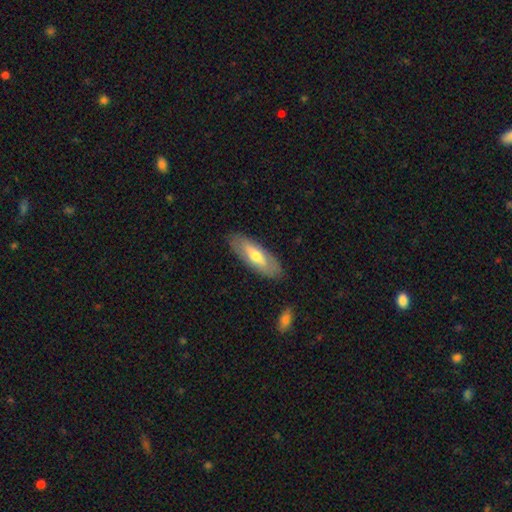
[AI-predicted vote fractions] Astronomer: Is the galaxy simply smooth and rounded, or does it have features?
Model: smooth — 54% (runner-up: featured or disk, 41%).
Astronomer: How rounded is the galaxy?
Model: in between — 62%.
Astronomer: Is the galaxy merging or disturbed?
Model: none — 84%.